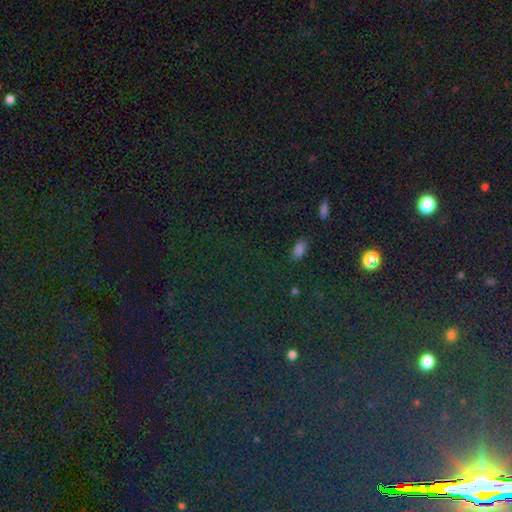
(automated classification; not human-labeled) Smooth or featured?
  - star or artifact: 76% *
  - smooth: 15%
  - featured or disk: 9%